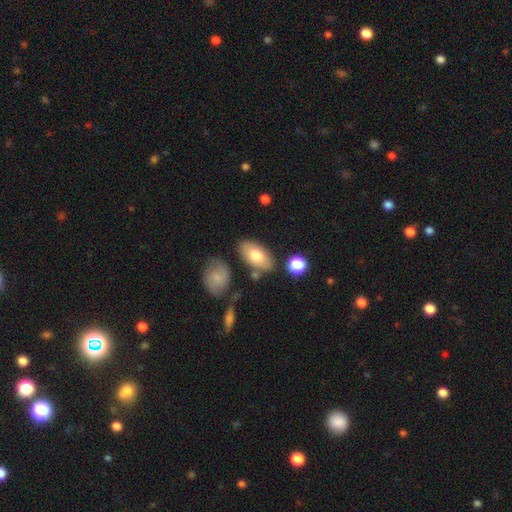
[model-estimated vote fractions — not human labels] smooth 76%, featured or disk 18%, star or artifact 6%. Down the decision tree: how rounded — in between (93%); merging — none (77%).